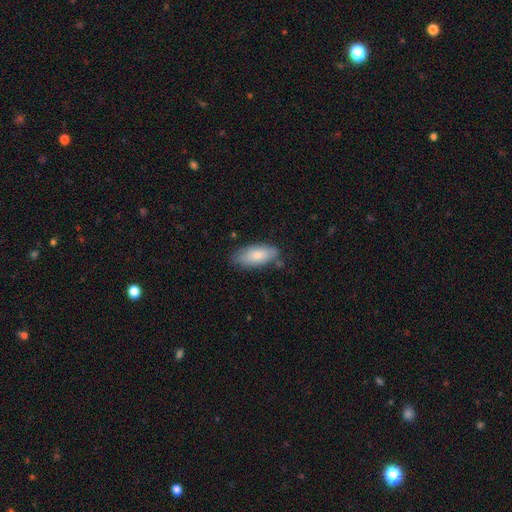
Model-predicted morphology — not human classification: A smooth galaxy with no disk features (79%) that is in between round and cigar-shaped (84%). Merging: none (73%).